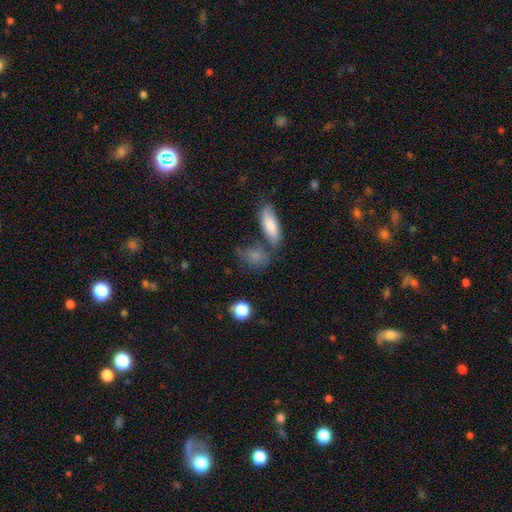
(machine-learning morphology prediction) Q: Smooth or featured?
A: smooth (78%); runner-up: featured or disk (12%)
Q: How rounded?
A: in between (65%); runner-up: round (27%)
Q: Merging?
A: none (51%); runner-up: merger (22%)